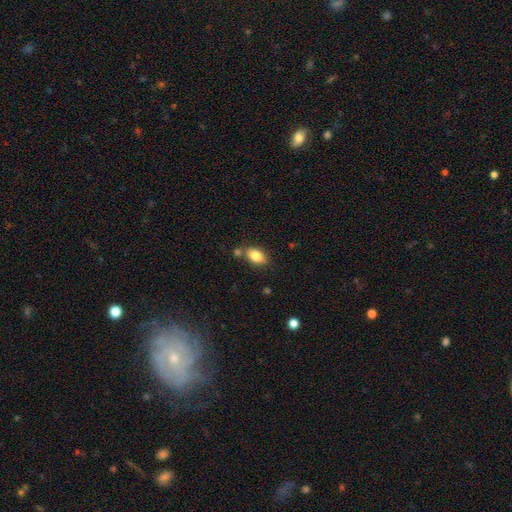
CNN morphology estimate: Smooth or featured? Predicted: smooth (p=0.82). How rounded? Predicted: in between (p=0.87). Merging? Predicted: none (p=0.71).